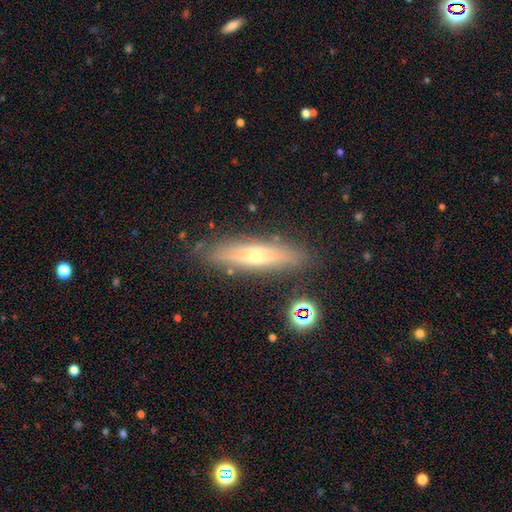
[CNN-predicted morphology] The model was most divided on "smooth or featured": featured or disk: 55%, smooth: 35%, star or artifact: 9%. More confident: merging — none (84%); edge-on disk — yes (80%).